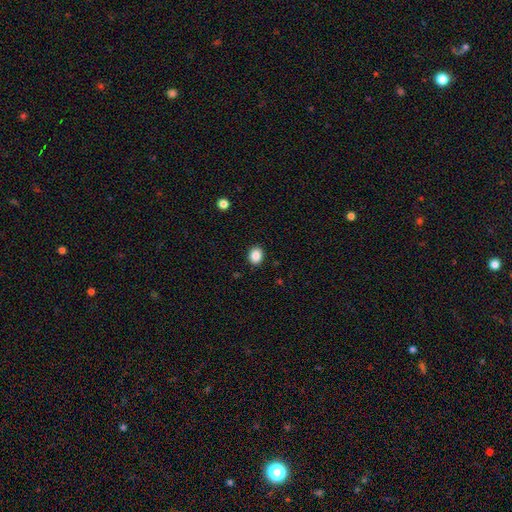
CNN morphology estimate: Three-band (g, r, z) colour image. It shows a smooth galaxy with no disk features (88%) that is round (58%). Merging: none (90%).